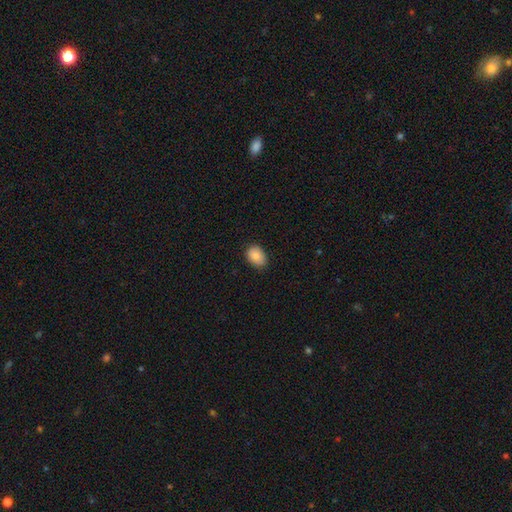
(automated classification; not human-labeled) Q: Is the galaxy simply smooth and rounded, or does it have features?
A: smooth — 86%.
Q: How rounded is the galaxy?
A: in between — 78%.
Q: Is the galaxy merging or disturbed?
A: none — 79%.